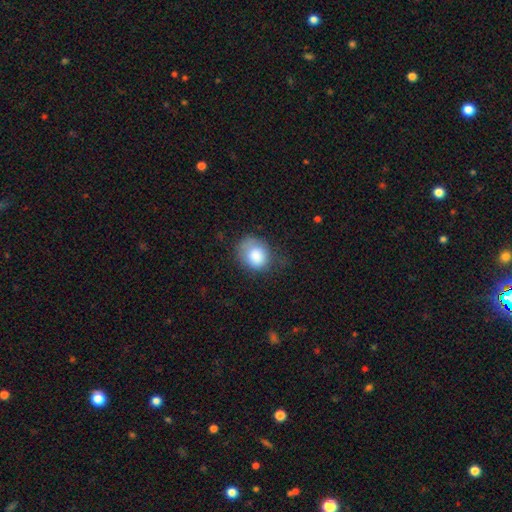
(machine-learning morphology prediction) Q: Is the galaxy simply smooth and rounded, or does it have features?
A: smooth — 83%.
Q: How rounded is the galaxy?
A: round — 55%.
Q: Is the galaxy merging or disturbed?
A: none — 50%.